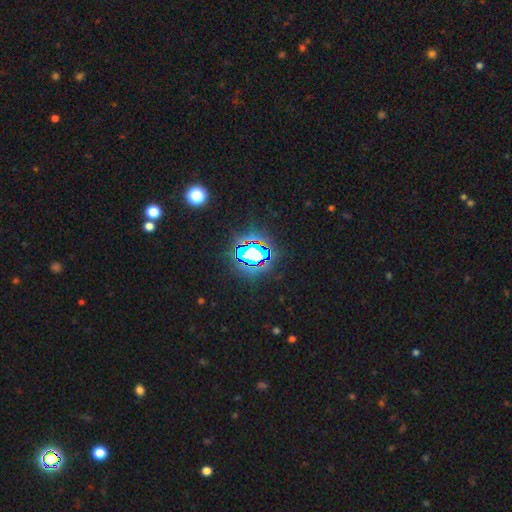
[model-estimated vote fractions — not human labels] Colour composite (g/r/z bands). It shows a star or artifact, not a galaxy (74%).